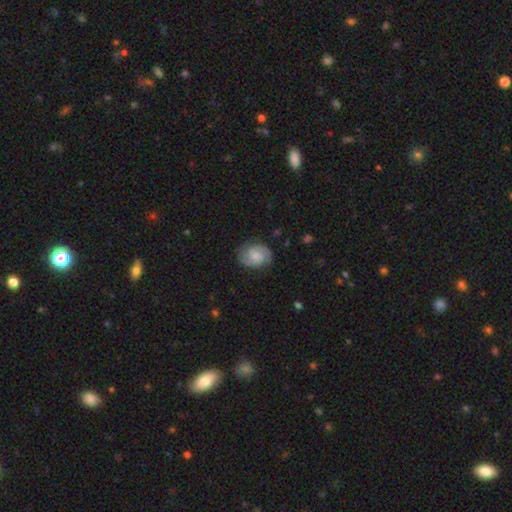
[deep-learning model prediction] Smooth or featured?
  - featured or disk: 74% *
  - smooth: 20%
  - star or artifact: 6%
Edge-on disk?
  - no: 98% *
  - yes: 2%
Bar?
  - no: 53% *
  - weak: 40%
  - strong: 6%
Spiral arms?
  - yes: 96% *
  - no: 4%
Spiral winding?
  - medium: 47% *
  - tight: 41%
  - loose: 12%
Spiral arm count?
  - 2: 86% *
  - can't tell: 6%
  - 3: 3%
  - 1: 2%
  - 4: 1%
  - more than 4: 1%
Bulge size?
  - small: 41% *
  - moderate: 31%
  - none: 21%
  - large: 5%
  - dominant: 1%
Merging?
  - none: 80% *
  - minor disturbance: 14%
  - major disturbance: 5%
  - merger: 1%